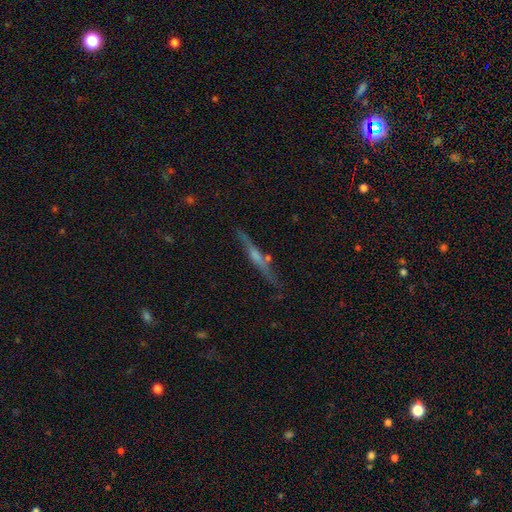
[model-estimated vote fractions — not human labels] A featured or disk galaxy (65%) viewed edge-on (95%) with a rounded central bulge (59%).

Vote fractions:
- Smooth or featured? featured or disk: 65% / smooth: 26% / star or artifact: 9%
- Edge-on disk? yes: 95% / no: 5%
- Edge-on bulge? rounded: 59% / none: 30% / boxy: 11%
- Merging? none: 78% / minor disturbance: 14% / merger: 5% / major disturbance: 4%